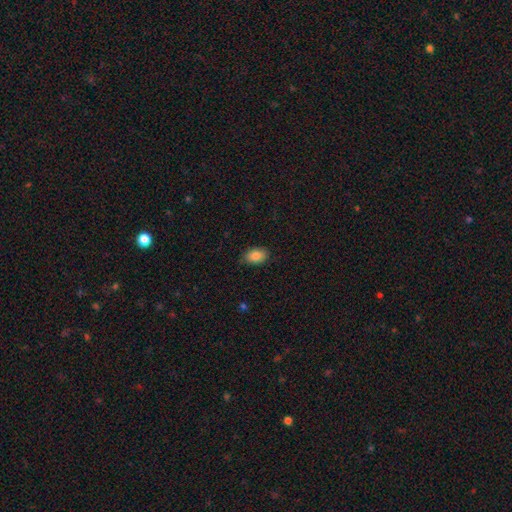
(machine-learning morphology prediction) smooth 86%, star or artifact 8%, featured or disk 6%. Down the decision tree: how rounded — in between (87%); merging — none (80%).